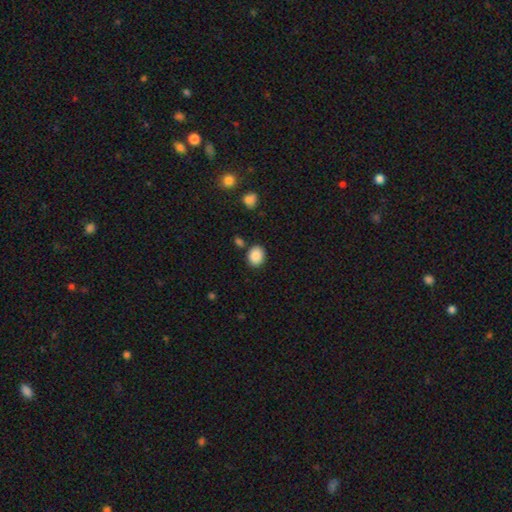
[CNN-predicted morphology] Q: Smooth or featured?
A: smooth (88%); runner-up: star or artifact (8%)
Q: How rounded?
A: in between (50%); runner-up: round (49%)
Q: Merging?
A: none (84%); runner-up: minor disturbance (9%)